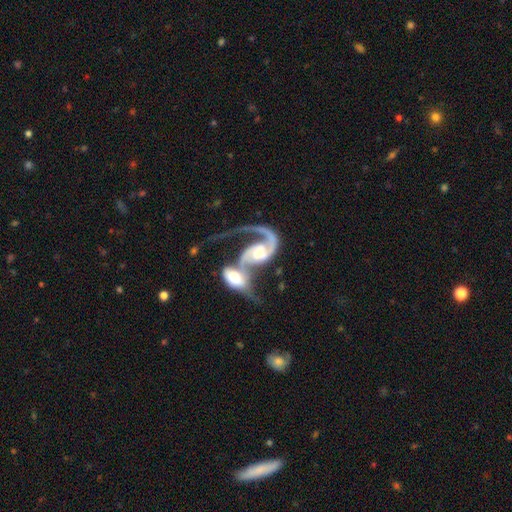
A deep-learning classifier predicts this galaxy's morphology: Smooth or featured? Predicted: featured or disk (p=0.88). Edge-on disk? Predicted: no (p=0.97). Bar? Predicted: no (p=0.41). Spiral arms? Predicted: yes (p=0.96). Spiral winding? Predicted: loose (p=0.61). Spiral arm count? Predicted: 2 (p=0.76). Bulge size? Predicted: moderate (p=0.40). Merging? Predicted: merger (p=0.73).